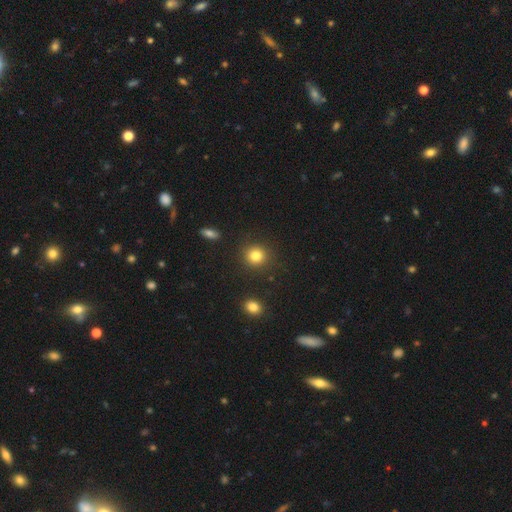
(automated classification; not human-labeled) Morphology: type=smooth (83%); roundness=round (89%); merging=none (89%).